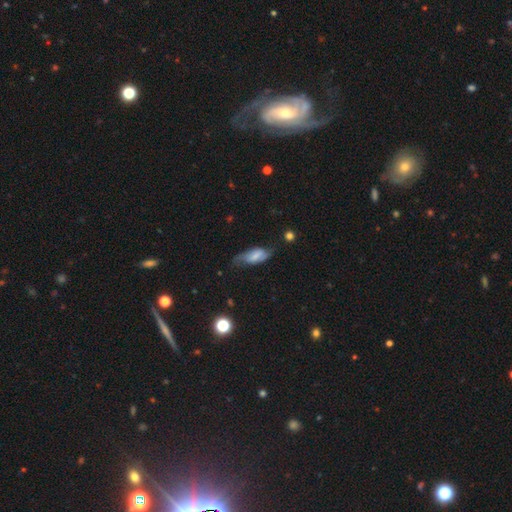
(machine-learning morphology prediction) This appears to be a smooth galaxy with no disk features (47%). Merging: none (51%).